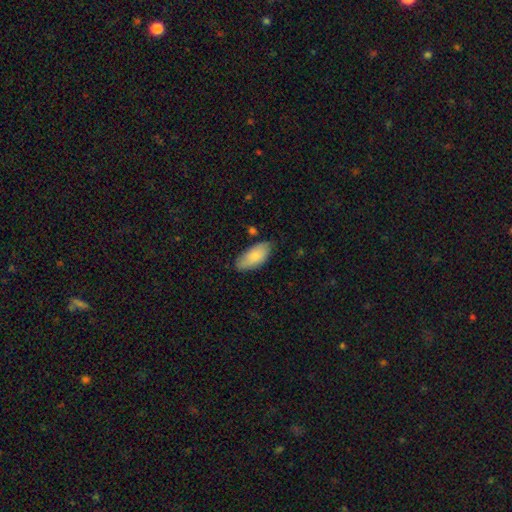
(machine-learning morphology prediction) Q: Smooth or featured?
A: smooth (82%); runner-up: featured or disk (13%)
Q: How rounded?
A: in between (92%); runner-up: cigar-shaped (6%)
Q: Merging?
A: none (75%); runner-up: minor disturbance (19%)